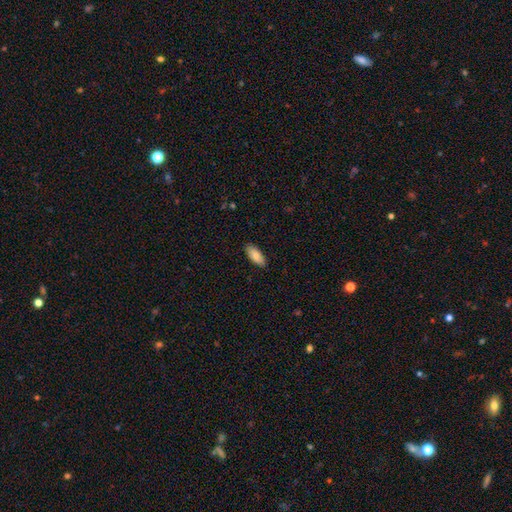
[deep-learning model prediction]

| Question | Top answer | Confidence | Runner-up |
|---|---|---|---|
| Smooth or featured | smooth | 80% | featured or disk (14%) |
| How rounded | in between | 87% | cigar-shaped (11%) |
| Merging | none | 88% | minor disturbance (10%) |